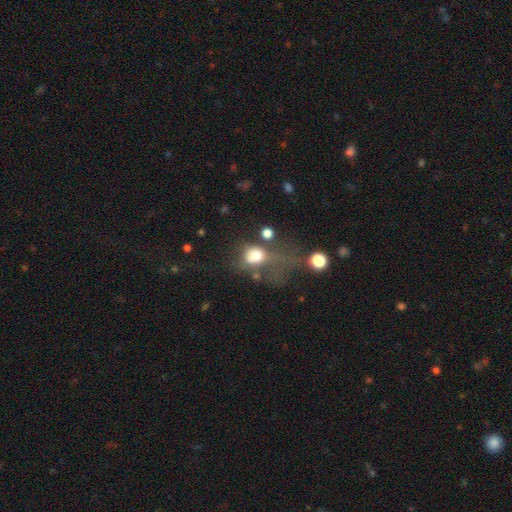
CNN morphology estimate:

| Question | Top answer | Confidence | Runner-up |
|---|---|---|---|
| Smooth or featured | smooth | 70% | featured or disk (17%) |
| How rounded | round | 52% | in between (46%) |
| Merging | major disturbance | 45% | none (20%) |